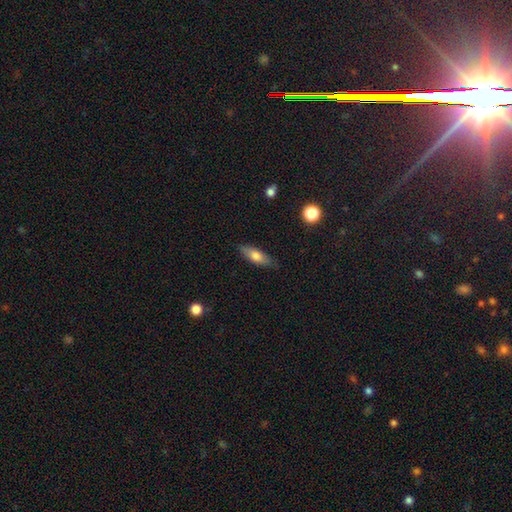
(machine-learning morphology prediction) type=smooth (71%); roundness=in between (63%); merging=none (82%).